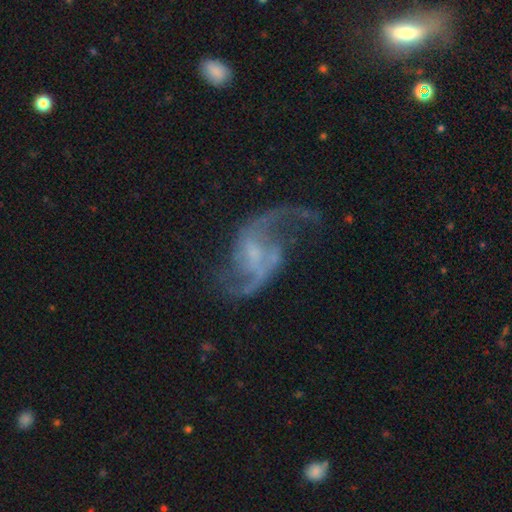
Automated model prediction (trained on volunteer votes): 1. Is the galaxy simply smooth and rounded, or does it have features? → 90% featured or disk, 6% star or artifact, 5% smooth.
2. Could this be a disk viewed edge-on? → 98% no, 2% yes.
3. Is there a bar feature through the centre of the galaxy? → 48% weak, 39% no, 12% strong.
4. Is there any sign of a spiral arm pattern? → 95% yes, 5% no.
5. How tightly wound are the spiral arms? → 71% loose, 24% medium, 5% tight.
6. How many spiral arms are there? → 91% 2, 3% can't tell, 3% 1, 1% 3, 1% 4, 1% more than 4.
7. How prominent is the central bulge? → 42% small, 33% none, 21% moderate, 3% large, 1% dominant.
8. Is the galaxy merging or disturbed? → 61% none, 18% major disturbance, 17% minor disturbance, 4% merger.